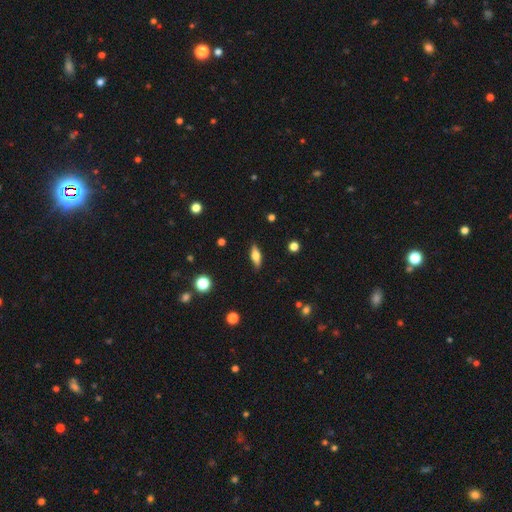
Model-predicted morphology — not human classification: A smooth galaxy with no disk features (54%) that is in between round and cigar-shaped (59%).

Vote fractions:
- Smooth or featured? smooth: 54% / featured or disk: 39% / star or artifact: 8%
- How rounded? in between: 59% / cigar-shaped: 37% / round: 4%
- Merging? none: 87% / minor disturbance: 9% / major disturbance: 2% / merger: 1%